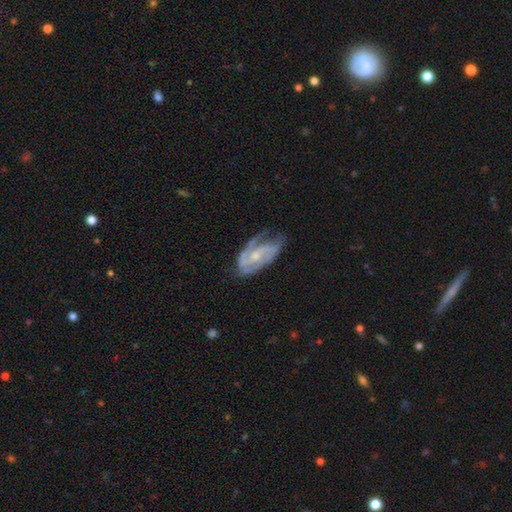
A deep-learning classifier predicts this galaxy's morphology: A featured or disk galaxy (81%) with no bar (55%), 2 (57%) medium (45%) spiral arms (92%) and a small central bulge (54%).

Vote fractions:
- Smooth or featured? featured or disk: 81% / smooth: 13% / star or artifact: 6%
- Edge-on disk? no: 95% / yes: 5%
- Bar? no: 55% / weak: 35% / strong: 9%
- Spiral arms? yes: 92% / no: 8%
- Spiral winding? medium: 45% / tight: 39% / loose: 16%
- Spiral arm count? 2: 57% / can't tell: 18% / 3: 15% / 1: 5% / 4: 3% / more than 4: 2%
- Bulge size? small: 54% / moderate: 39% / none: 5% / large: 2% / dominant: 1%
- Merging? none: 53% / minor disturbance: 29% / major disturbance: 16% / merger: 2%